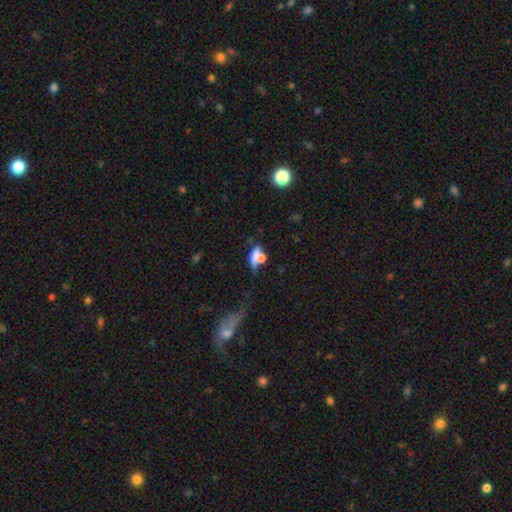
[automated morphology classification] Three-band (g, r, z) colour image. It shows a smooth galaxy with no disk features (58%) that is in between round and cigar-shaped (65%). Merging: merger (45%).